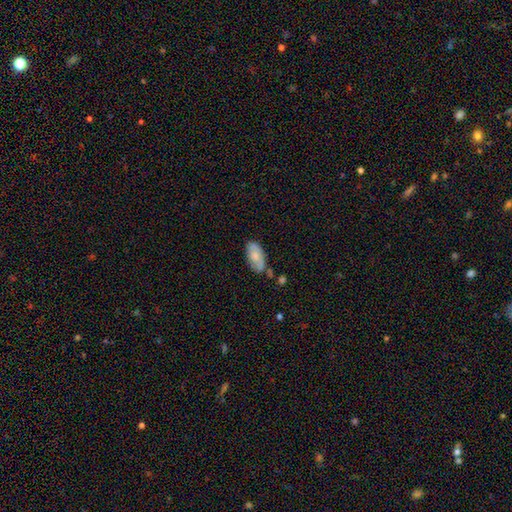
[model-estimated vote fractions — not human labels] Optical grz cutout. It shows a smooth galaxy with no disk features (67%) that is in between round and cigar-shaped (92%). Merging: none (59%).